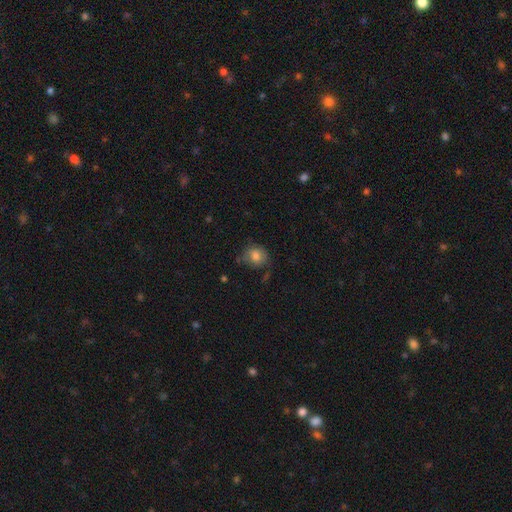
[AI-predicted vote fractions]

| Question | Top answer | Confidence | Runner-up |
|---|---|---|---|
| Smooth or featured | smooth | 81% | featured or disk (10%) |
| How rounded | round | 74% | in between (25%) |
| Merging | none | 68% | minor disturbance (22%) |